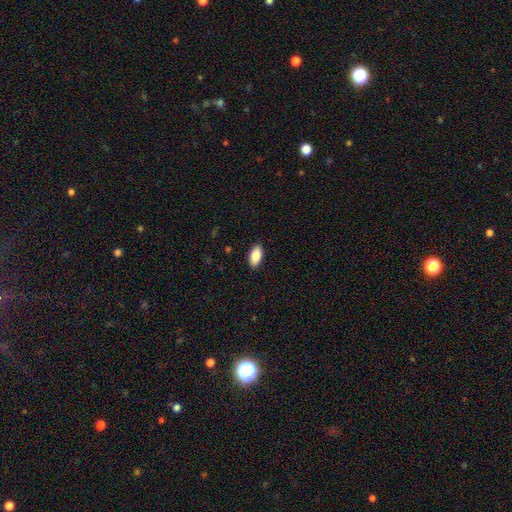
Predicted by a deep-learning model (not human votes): Smooth or featured? smooth (87%)
How rounded? in between (93%)
Merging? none (90%)